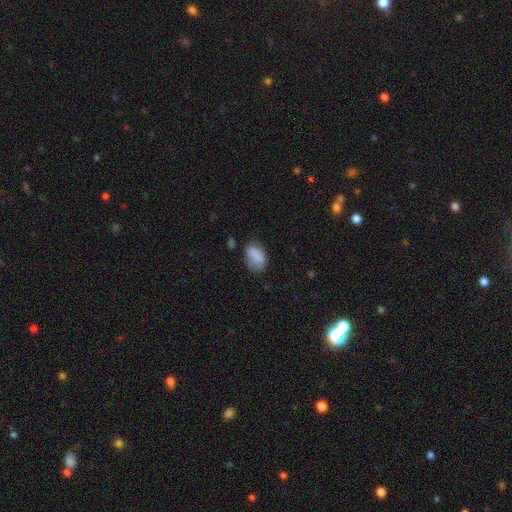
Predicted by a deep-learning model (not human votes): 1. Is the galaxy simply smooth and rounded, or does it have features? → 83% smooth, 9% star or artifact, 9% featured or disk.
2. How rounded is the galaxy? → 88% in between, 10% round, 2% cigar-shaped.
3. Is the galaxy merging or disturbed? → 61% none, 27% minor disturbance, 9% major disturbance, 3% merger.